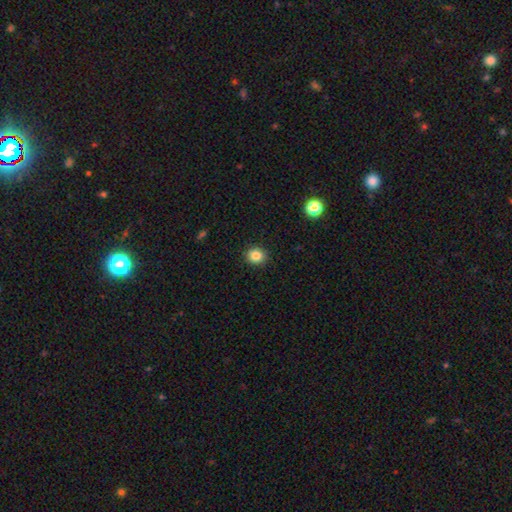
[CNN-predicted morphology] Smooth or featured?
  - smooth: 84% *
  - star or artifact: 11%
  - featured or disk: 5%
How rounded?
  - round: 80% *
  - in between: 19%
  - cigar-shaped: 1%
Merging?
  - none: 91% *
  - minor disturbance: 6%
  - major disturbance: 2%
  - merger: 1%